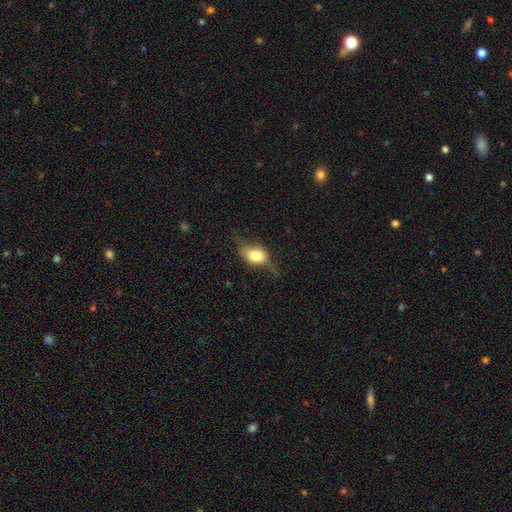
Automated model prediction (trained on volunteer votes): This is possibly a smooth galaxy (52%). How rounded: likely in between (70%). Merging: possibly none (53%).